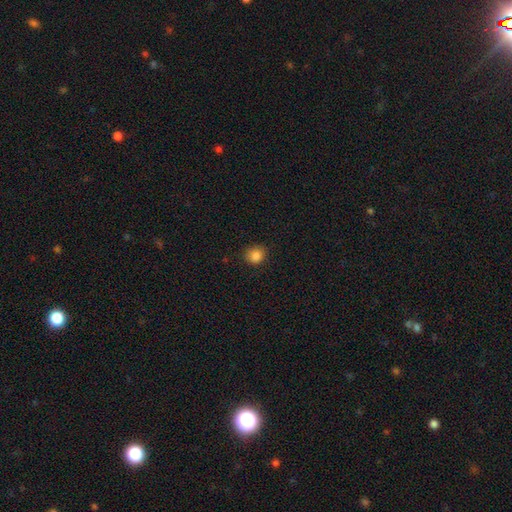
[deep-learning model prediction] Overall: smooth (86%). How rounded: round (82%). Merging: none (85%).